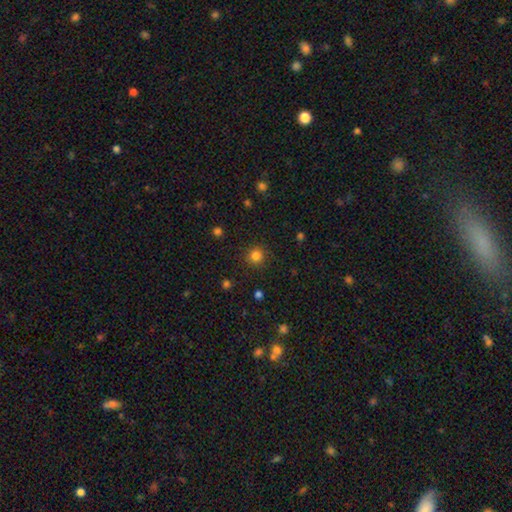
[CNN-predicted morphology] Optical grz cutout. It shows a smooth galaxy with no disk features (82%) that is round (93%). Merging: none (89%).